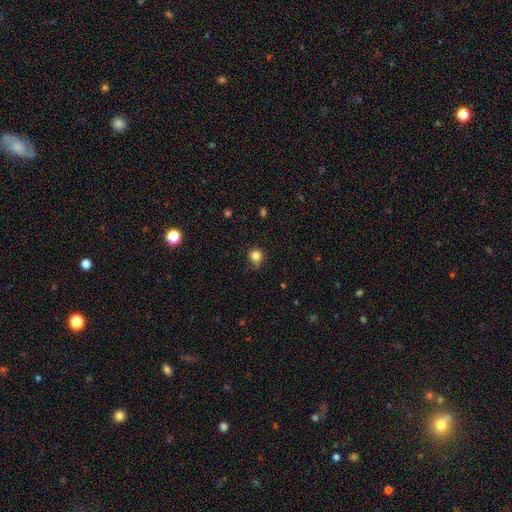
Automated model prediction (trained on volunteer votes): A smooth galaxy with no disk features (82%) that is round (87%). Merging: none (62%).